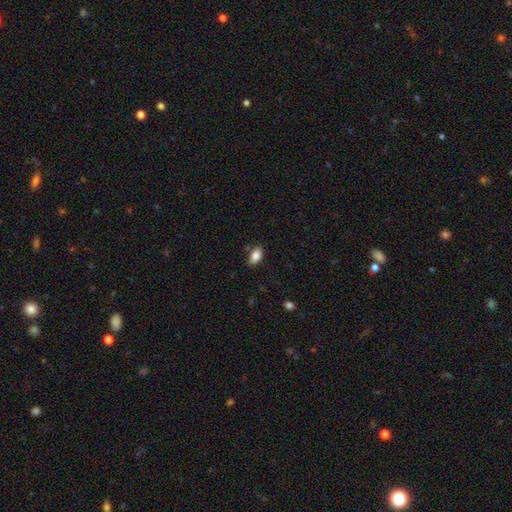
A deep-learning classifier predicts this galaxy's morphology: Q: Smooth or featured?
A: smooth (85%); runner-up: star or artifact (8%)
Q: How rounded?
A: in between (90%); runner-up: round (7%)
Q: Merging?
A: none (79%); runner-up: minor disturbance (16%)